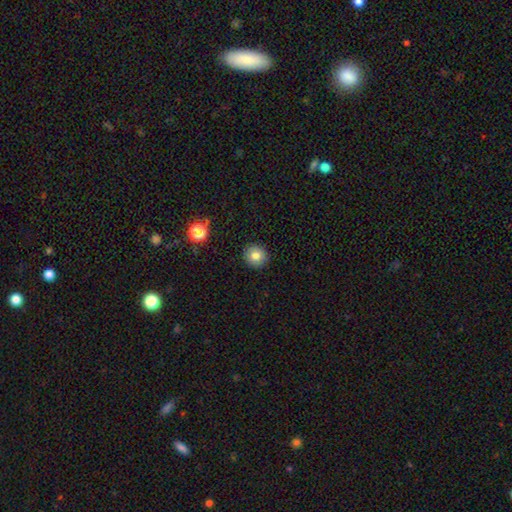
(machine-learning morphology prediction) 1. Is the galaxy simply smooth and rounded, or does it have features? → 81% smooth, 11% star or artifact, 8% featured or disk.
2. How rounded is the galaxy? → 91% round, 8% in between, 1% cigar-shaped.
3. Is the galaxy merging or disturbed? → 92% none, 6% minor disturbance, 2% major disturbance, 1% merger.